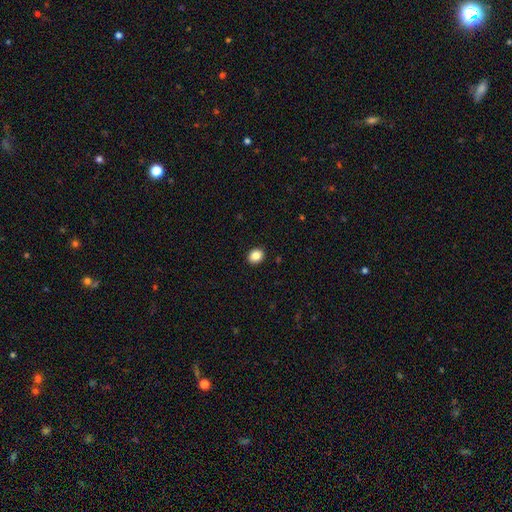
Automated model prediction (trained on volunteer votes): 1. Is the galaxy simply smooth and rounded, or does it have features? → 86% smooth, 10% star or artifact, 5% featured or disk.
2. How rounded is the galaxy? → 58% round, 41% in between, 1% cigar-shaped.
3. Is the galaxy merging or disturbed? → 92% none, 6% minor disturbance, 2% major disturbance, 1% merger.